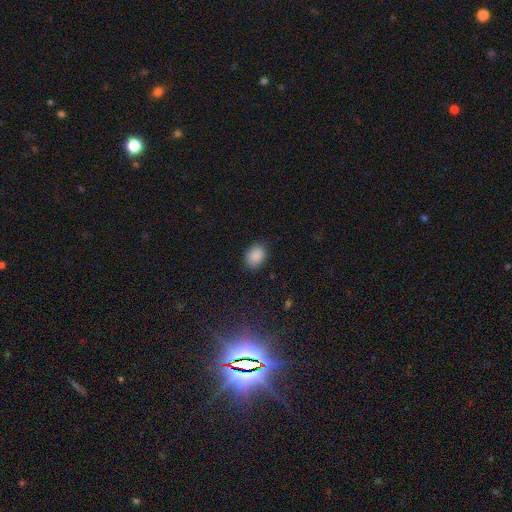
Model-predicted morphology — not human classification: type=smooth (88%); roundness=in between (67%); merging=none (85%).